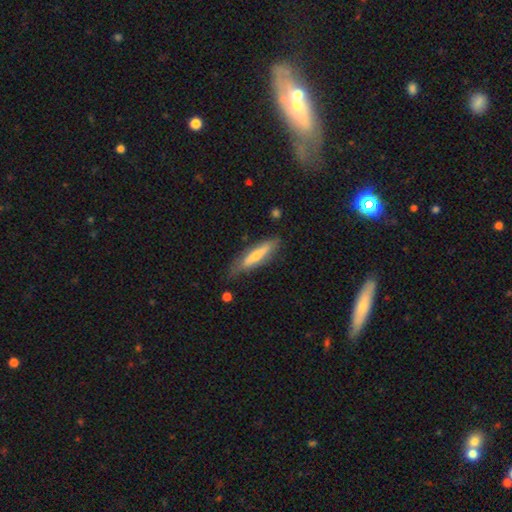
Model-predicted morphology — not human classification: Smooth or featured?
  - smooth: 49% *
  - featured or disk: 44%
  - star or artifact: 7%
Merging?
  - none: 75% *
  - minor disturbance: 19%
  - major disturbance: 4%
  - merger: 2%